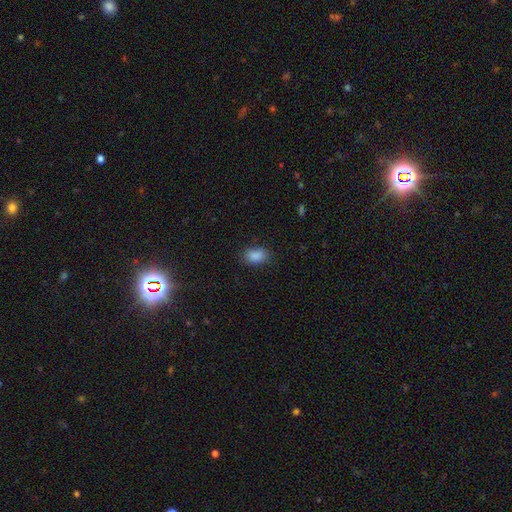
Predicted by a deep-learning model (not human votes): Smooth or featured: smooth — 88% (star or artifact — 9%)
How rounded: in between — 85% (round — 13%)
Merging: none — 82% (minor disturbance — 13%)